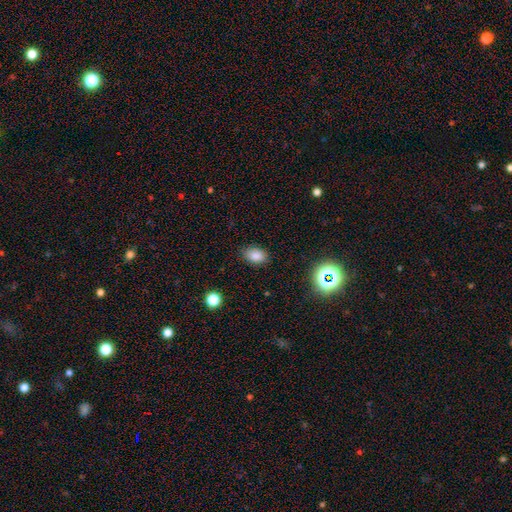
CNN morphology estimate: Smooth or featured? Predicted: smooth (p=0.83). How rounded? Predicted: in between (p=0.85). Merging? Predicted: none (p=0.84).